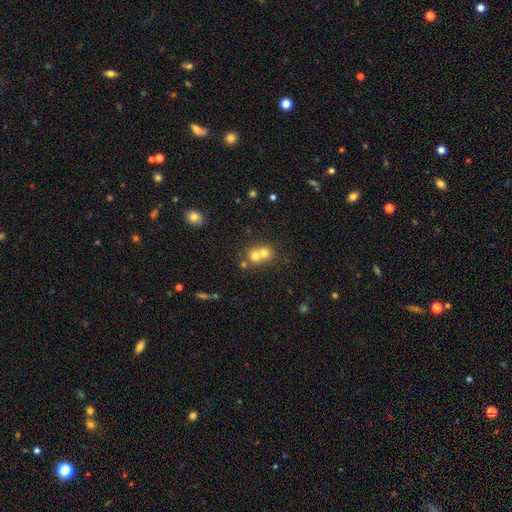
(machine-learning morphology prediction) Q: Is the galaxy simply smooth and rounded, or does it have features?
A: smooth — 69%.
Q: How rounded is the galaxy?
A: round — 80%.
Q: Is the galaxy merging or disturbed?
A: merger — 65%.